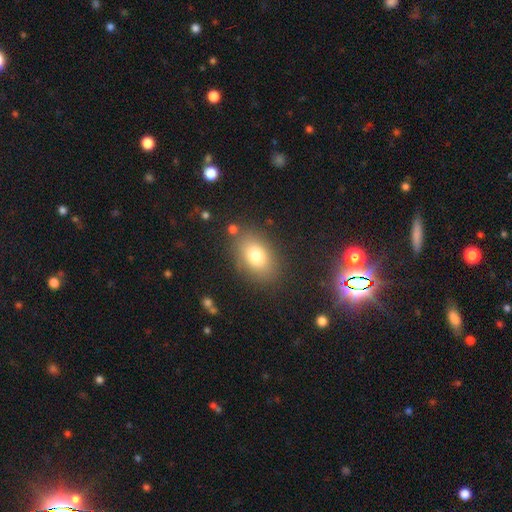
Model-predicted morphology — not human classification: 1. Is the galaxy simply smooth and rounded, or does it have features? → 78% smooth, 12% featured or disk, 10% star or artifact.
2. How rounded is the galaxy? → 83% in between, 16% round, 2% cigar-shaped.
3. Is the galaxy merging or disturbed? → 81% none, 12% minor disturbance, 4% major disturbance, 4% merger.